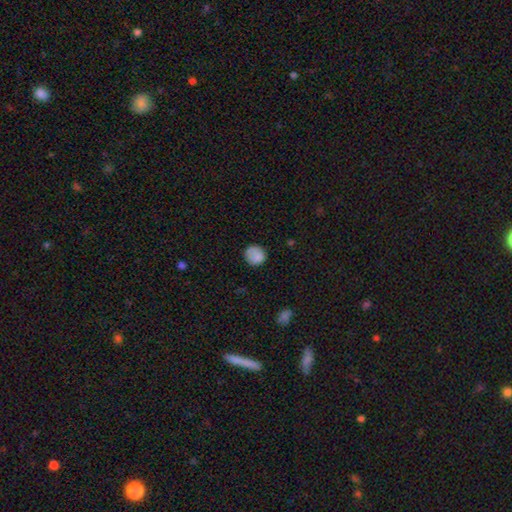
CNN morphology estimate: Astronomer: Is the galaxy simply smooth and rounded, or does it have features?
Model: smooth — 83%.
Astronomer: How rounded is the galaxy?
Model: round — 86%.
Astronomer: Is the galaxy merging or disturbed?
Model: none — 75%.